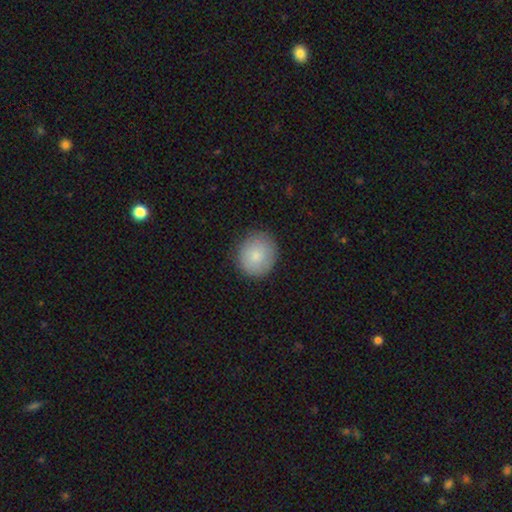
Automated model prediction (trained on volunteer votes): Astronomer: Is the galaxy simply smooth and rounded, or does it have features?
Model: smooth — 83%.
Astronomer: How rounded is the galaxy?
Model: round — 81%.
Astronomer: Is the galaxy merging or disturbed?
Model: none — 86%.